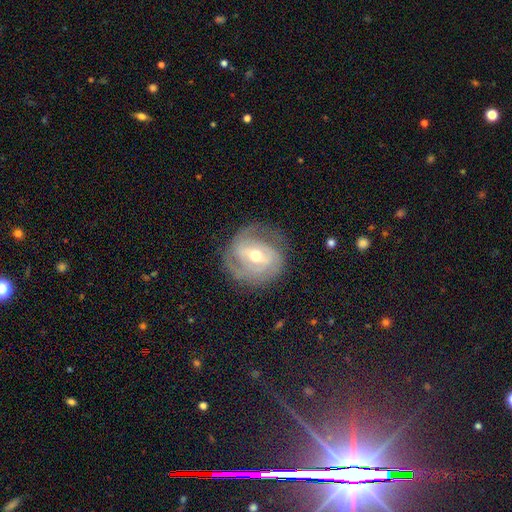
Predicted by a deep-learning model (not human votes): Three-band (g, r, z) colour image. It shows a featured or disk galaxy (82%) with a weak bar (44%), 2 (54%) tight (58%) spiral arms (91%) and a moderate central bulge (64%). Merging: none (72%).